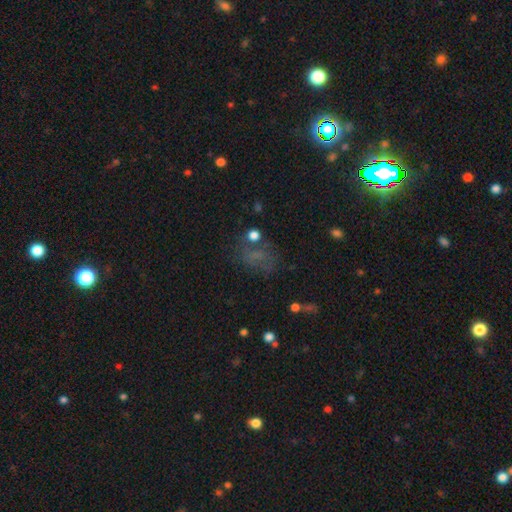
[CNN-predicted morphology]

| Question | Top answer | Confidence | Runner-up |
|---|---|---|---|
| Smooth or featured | star or artifact | 39% | tied: smooth (39%) |